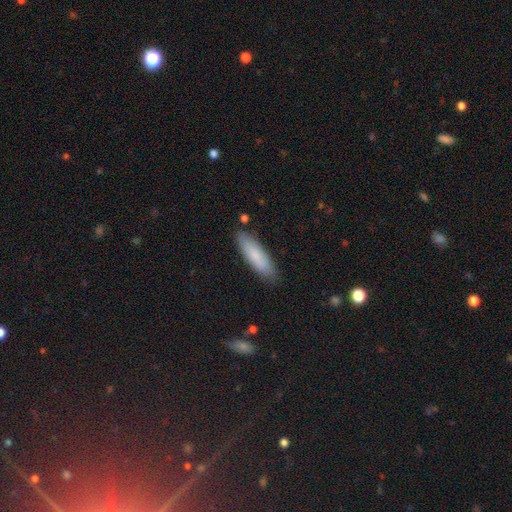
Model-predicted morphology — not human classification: Smooth or featured? Predicted: smooth (p=0.80). How rounded? Predicted: cigar-shaped (p=0.62). Merging? Predicted: none (p=0.86).